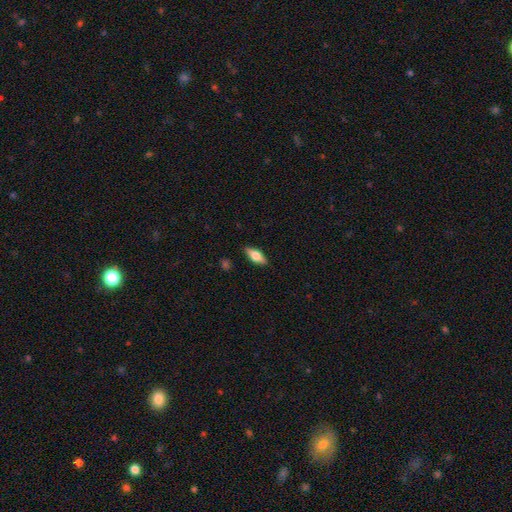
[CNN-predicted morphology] smooth-or-featured: smooth: 59% | featured or disk: 35% | star or artifact: 7%
  how-rounded: in between: 71% | cigar-shaped: 26% | round: 3%
  merging: none: 87% | minor disturbance: 10% | major disturbance: 2% | merger: 1%